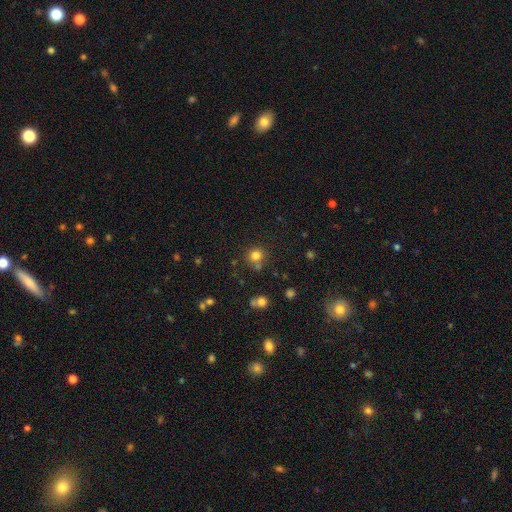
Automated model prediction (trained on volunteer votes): A smooth galaxy with no disk features (79%) that is round (90%).

Vote fractions:
- Smooth or featured? smooth: 79% / star or artifact: 15% / featured or disk: 6%
- How rounded? round: 90% / in between: 9% / cigar-shaped: 1%
- Merging? none: 69% / merger: 16% / minor disturbance: 11% / major disturbance: 4%